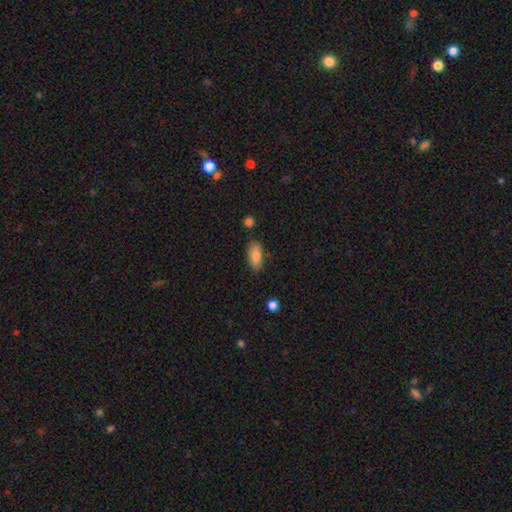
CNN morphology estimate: Smooth or featured: smooth — 86% (featured or disk — 8%)
How rounded: in between — 86% (cigar-shaped — 12%)
Merging: none — 79% (minor disturbance — 15%)